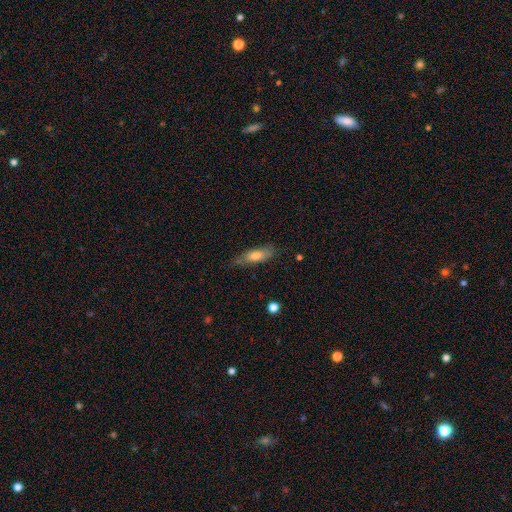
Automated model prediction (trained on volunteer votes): Morphology: type=smooth (67%); roundness=cigar-shaped (50%); merging=none (67%).